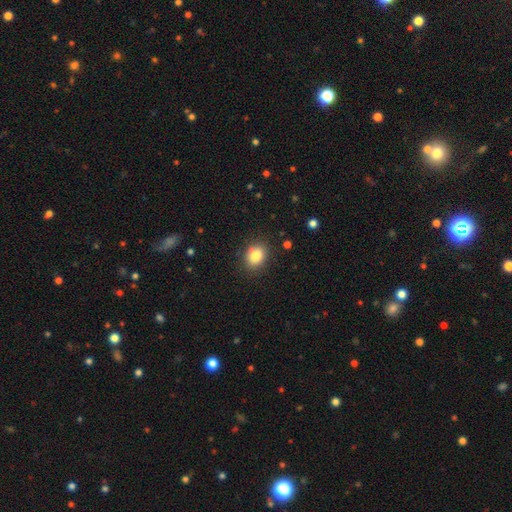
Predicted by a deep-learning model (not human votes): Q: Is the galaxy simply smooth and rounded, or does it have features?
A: smooth — 83%.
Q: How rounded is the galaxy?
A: in between — 53%.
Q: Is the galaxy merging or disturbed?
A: none — 86%.